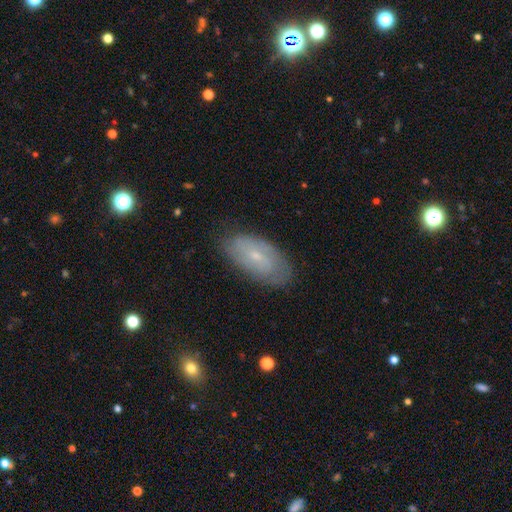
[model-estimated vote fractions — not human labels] Smooth or featured? featured or disk (57%)
Edge-on disk? no (91%)
Bar? no (50%)
Spiral arms? yes (73%)
Bulge size? small (77%)
Merging? none (80%)